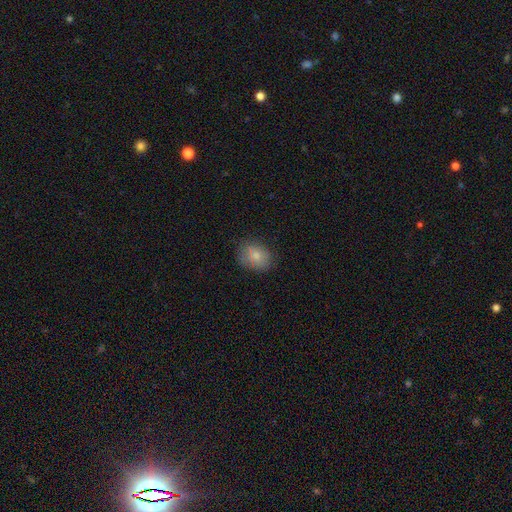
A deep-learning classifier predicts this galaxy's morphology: Smooth or featured? Predicted: smooth (p=0.81). How rounded? Predicted: in between (p=0.58). Merging? Predicted: none (p=0.75).